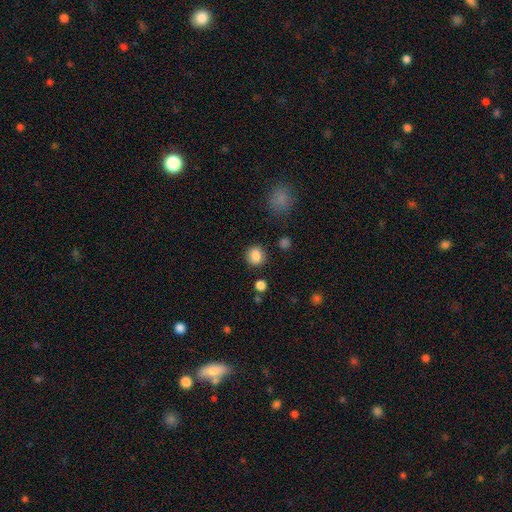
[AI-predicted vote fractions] The model was most divided on "how rounded": round: 81%, in between: 18%, cigar-shaped: 1%. More confident: merging — none (86%); smooth or featured — smooth (86%).